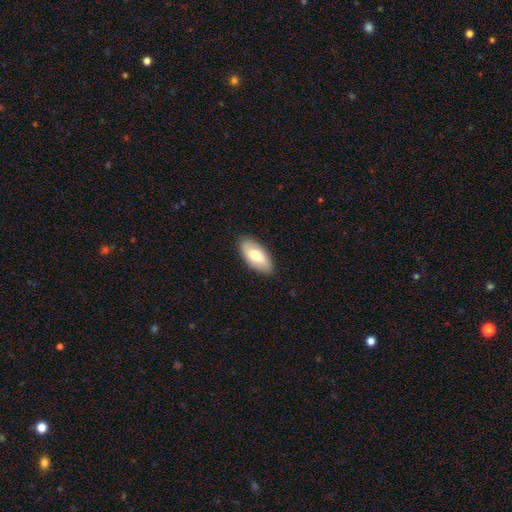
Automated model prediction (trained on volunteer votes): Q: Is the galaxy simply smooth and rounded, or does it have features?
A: smooth — 69%.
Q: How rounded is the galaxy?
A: in between — 93%.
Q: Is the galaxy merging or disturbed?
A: none — 87%.